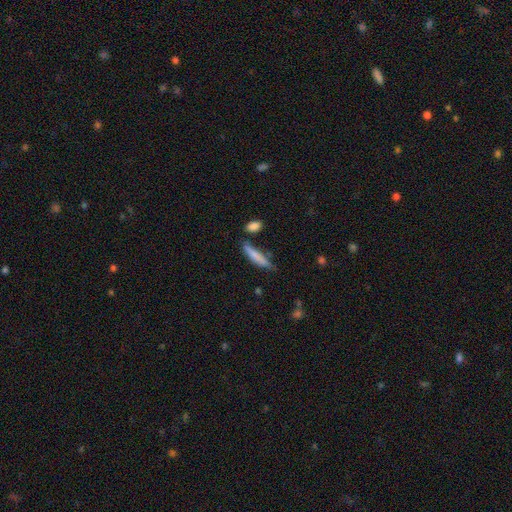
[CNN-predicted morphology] This appears to be a smooth galaxy with no disk features (77%) that is cigar-shaped (80%). Merging: none (62%).